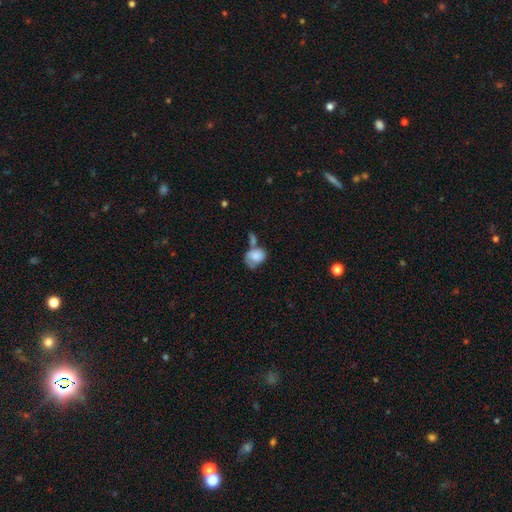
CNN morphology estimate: A smooth galaxy with no disk features (72%) that is in between round and cigar-shaped (63%).

Vote fractions:
- Smooth or featured? smooth: 72% / featured or disk: 19% / star or artifact: 8%
- How rounded? in between: 63% / round: 36% / cigar-shaped: 1%
- Merging? merger: 35% / none: 24% / minor disturbance: 22% / major disturbance: 20%